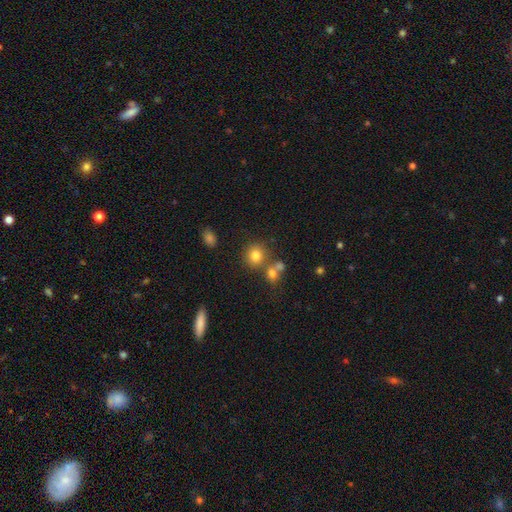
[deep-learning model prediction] smooth-or-featured: smooth: 79% | star or artifact: 13% | featured or disk: 8%
  how-rounded: round: 84% | in between: 15% | cigar-shaped: 1%
  merging: none: 67% | merger: 19% | minor disturbance: 10% | major disturbance: 4%